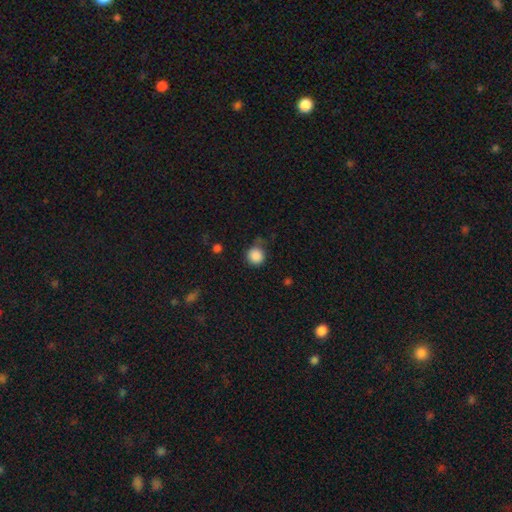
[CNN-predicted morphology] Smooth or featured? smooth (87%)
How rounded? round (93%)
Merging? none (69%)